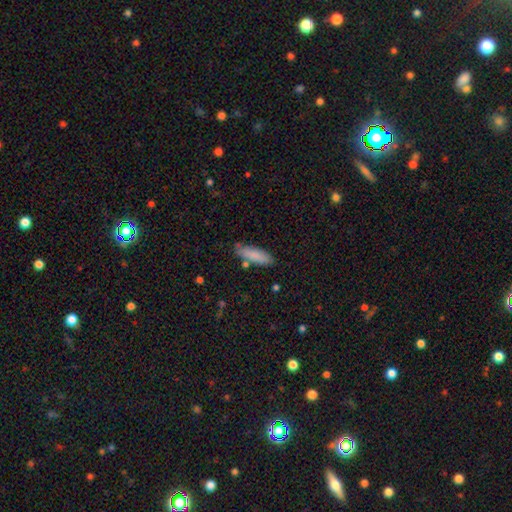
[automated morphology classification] A smooth galaxy with no disk features (85%) that is in between round and cigar-shaped (51%). Merging: none (76%).